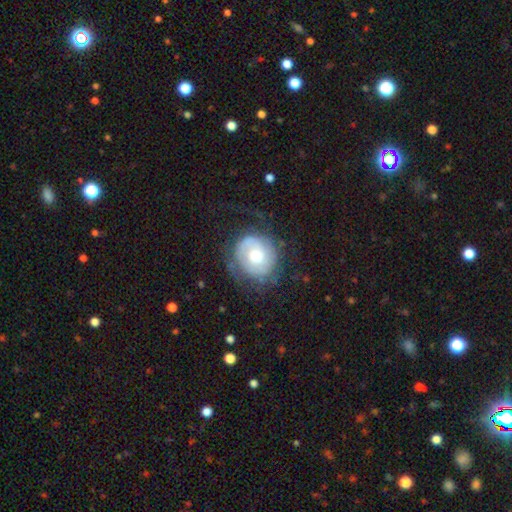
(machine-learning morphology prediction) featured or disk 60%, smooth 33%, star or artifact 7%. Down the decision tree: edge-on disk — no (97%); bar — no (72%); spiral arms — yes (73%); bulge size — moderate (69%); merging — none (61%).